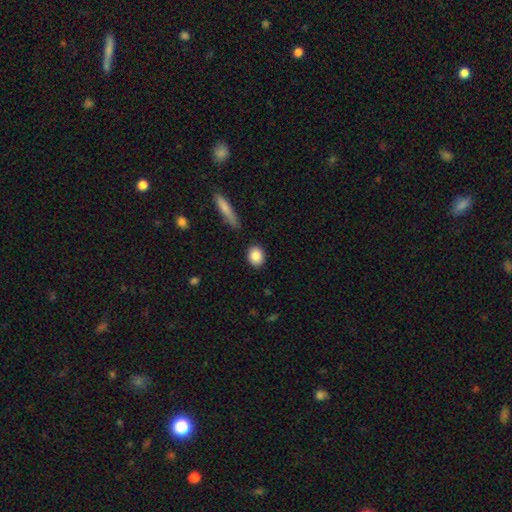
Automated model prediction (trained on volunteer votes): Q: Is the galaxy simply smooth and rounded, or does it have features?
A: smooth — 86%.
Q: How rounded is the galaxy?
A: round — 56%.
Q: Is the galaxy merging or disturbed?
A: none — 87%.